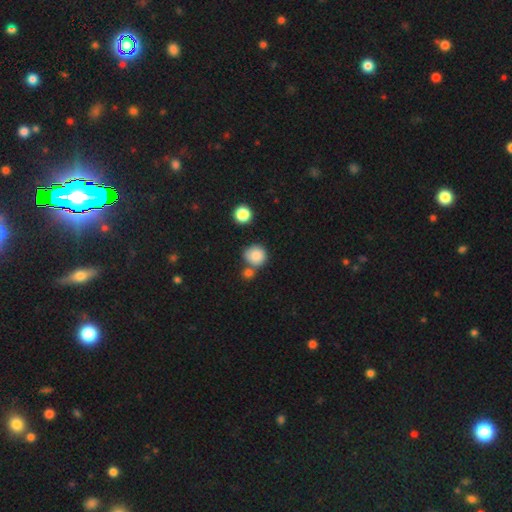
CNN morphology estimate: smooth 85%, star or artifact 9%, featured or disk 6%. Down the decision tree: how rounded — round (88%); merging — none (59%).